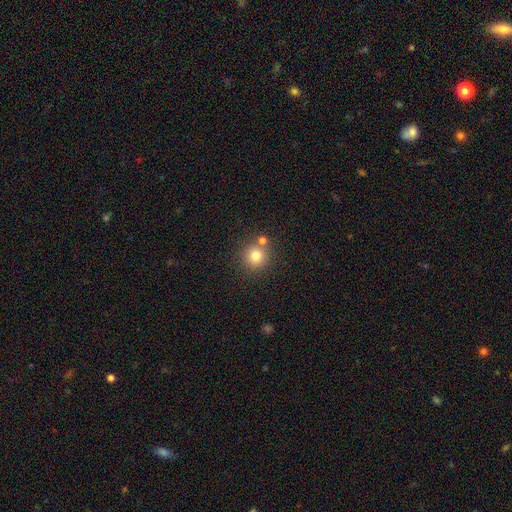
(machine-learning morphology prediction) The model was most divided on "merging": none: 74%, merger: 16%, minor disturbance: 7%, major disturbance: 2%. More confident: how rounded — round (94%); smooth or featured — smooth (79%).